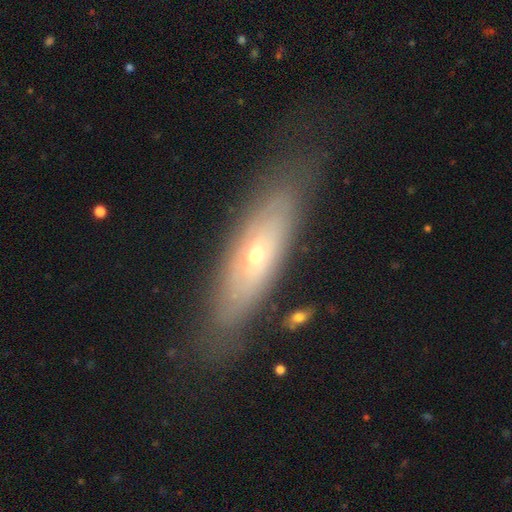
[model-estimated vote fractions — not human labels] Smooth or featured? Predicted: featured or disk (p=0.59). Edge-on disk? Predicted: no (p=0.64). Merging? Predicted: none (p=0.75).